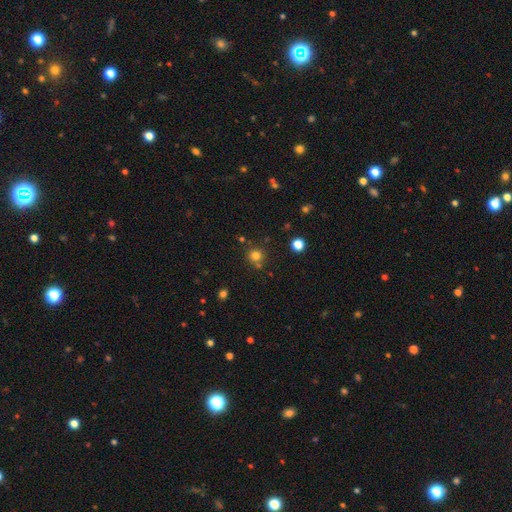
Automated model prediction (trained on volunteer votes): Overall: smooth (77%). How rounded: round (92%). Merging: none (76%).